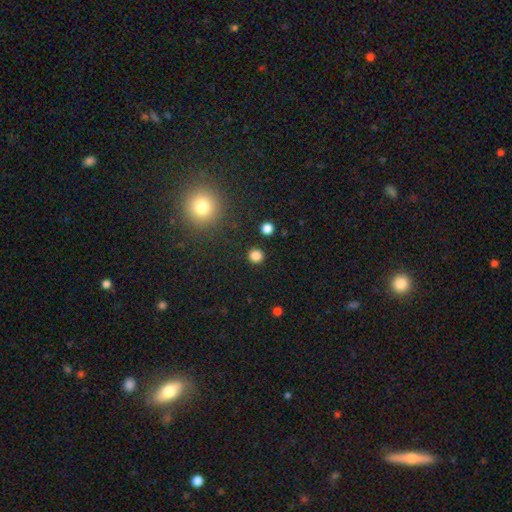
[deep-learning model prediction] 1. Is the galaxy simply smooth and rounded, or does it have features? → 83% smooth, 13% star or artifact, 4% featured or disk.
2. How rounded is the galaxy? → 92% round, 7% in between, 1% cigar-shaped.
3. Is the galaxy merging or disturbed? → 91% none, 5% minor disturbance, 2% major disturbance, 2% merger.